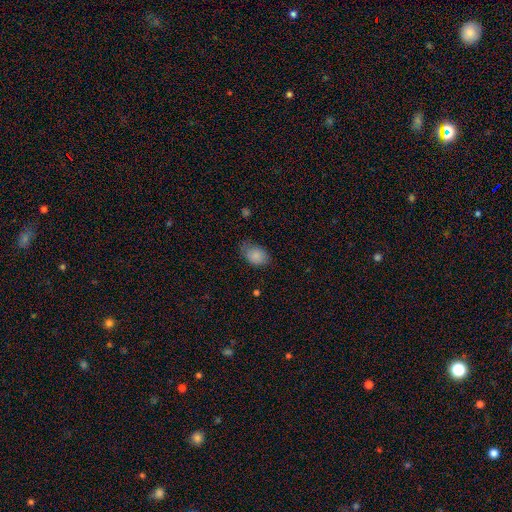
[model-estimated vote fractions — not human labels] Morphology: type=smooth (86%); roundness=in between (84%); merging=none (64%).